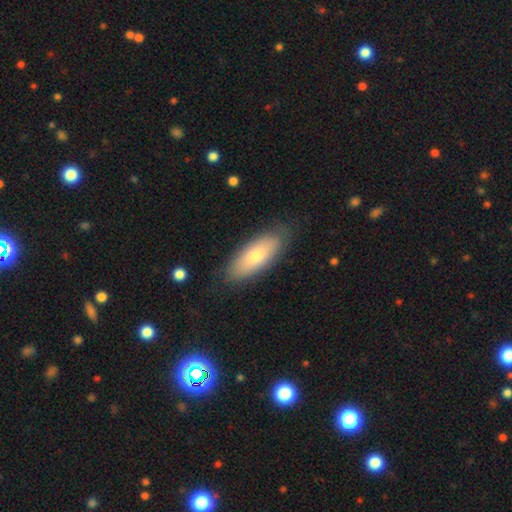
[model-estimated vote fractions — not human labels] A smooth galaxy with no disk features (71%) that is in between round and cigar-shaped (78%). Merging: none (82%).